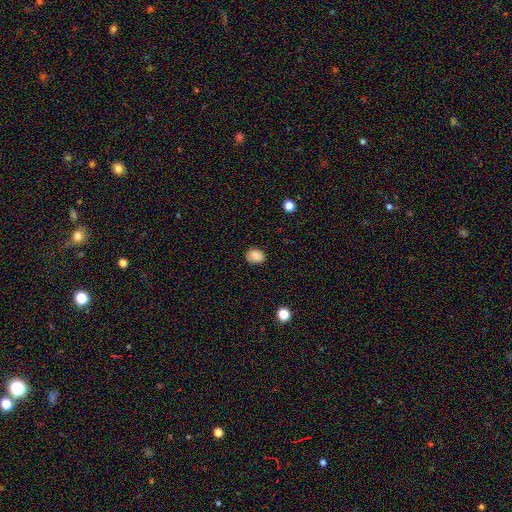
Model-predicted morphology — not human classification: Q: Smooth or featured?
A: smooth (84%); runner-up: star or artifact (11%)
Q: How rounded?
A: in between (58%); runner-up: round (41%)
Q: Merging?
A: none (79%); runner-up: minor disturbance (16%)